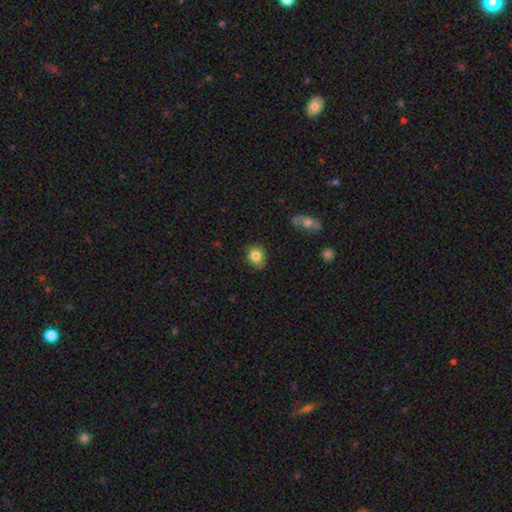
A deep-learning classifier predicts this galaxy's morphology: A smooth galaxy with no disk features (83%) that is round (60%).

Vote fractions:
- Smooth or featured? smooth: 83% / star or artifact: 9% / featured or disk: 8%
- How rounded? round: 60% / in between: 38% / cigar-shaped: 1%
- Merging? none: 79% / minor disturbance: 16% / major disturbance: 3% / merger: 1%